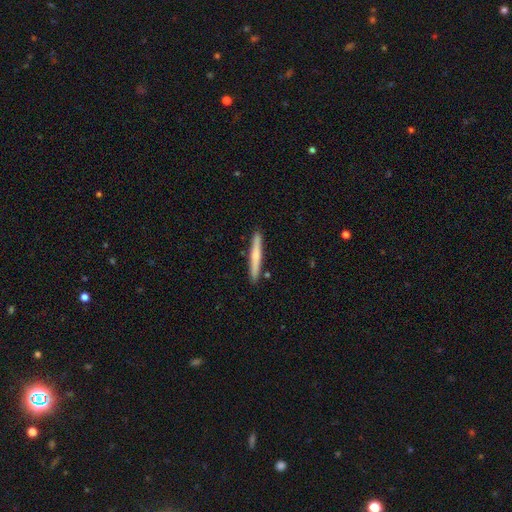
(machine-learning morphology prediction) This appears to be a smooth galaxy with no disk features (61%) that is cigar-shaped (96%). Merging: none (90%).